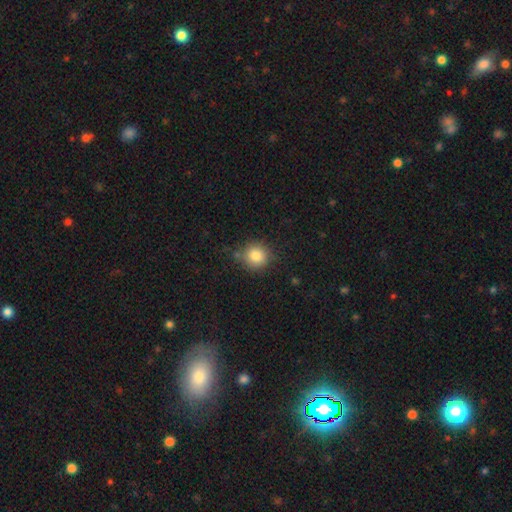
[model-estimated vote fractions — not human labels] Morphology: type=smooth (83%); roundness=round (89%); merging=none (79%).